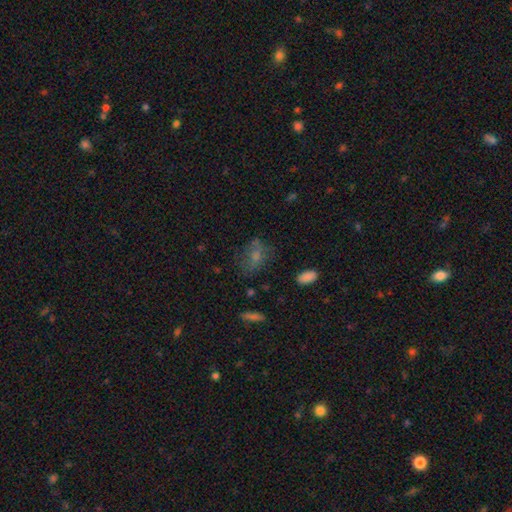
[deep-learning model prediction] smooth_or_featured: smooth (p=0.60) [alt: featured or disk p=0.26]
how_rounded: in between (p=0.78) [alt: round p=0.17]
merging: none (p=0.57) [alt: minor disturbance p=0.24]